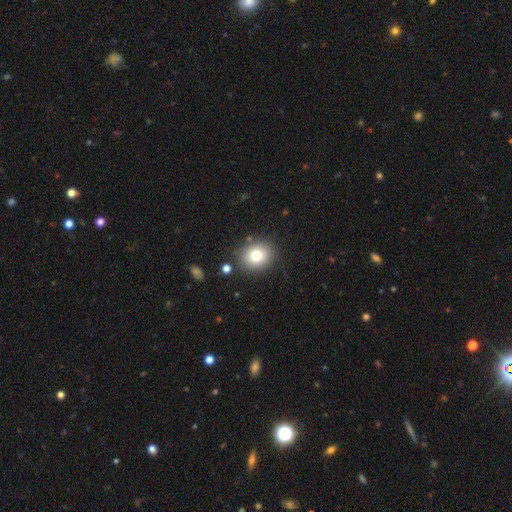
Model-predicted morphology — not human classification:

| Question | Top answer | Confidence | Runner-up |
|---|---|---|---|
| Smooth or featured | smooth | 79% | star or artifact (11%) |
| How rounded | round | 66% | in between (34%) |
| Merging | none | 85% | minor disturbance (9%) |